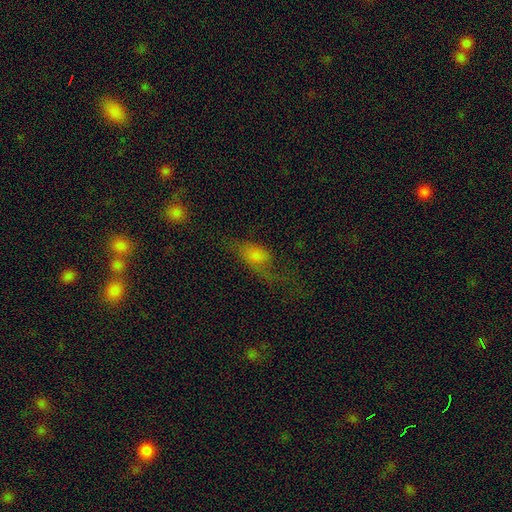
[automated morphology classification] Smooth or featured? smooth (56%)
How rounded? in between (76%)
Merging? major disturbance (38%)